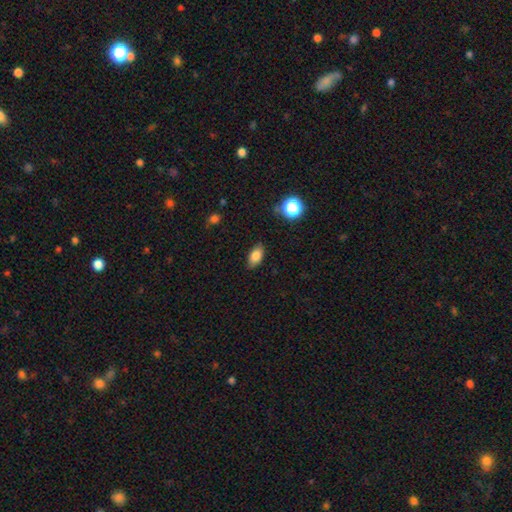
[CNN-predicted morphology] Smooth or featured?
  - smooth: 82% *
  - star or artifact: 10%
  - featured or disk: 8%
How rounded?
  - in between: 89% *
  - round: 7%
  - cigar-shaped: 4%
Merging?
  - none: 85% *
  - minor disturbance: 11%
  - major disturbance: 3%
  - merger: 1%